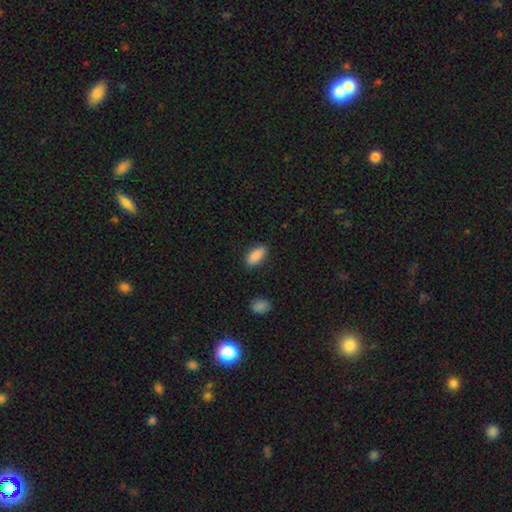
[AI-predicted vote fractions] Smooth or featured? Predicted: smooth (p=0.89). How rounded? Predicted: in between (p=0.89). Merging? Predicted: none (p=0.86).